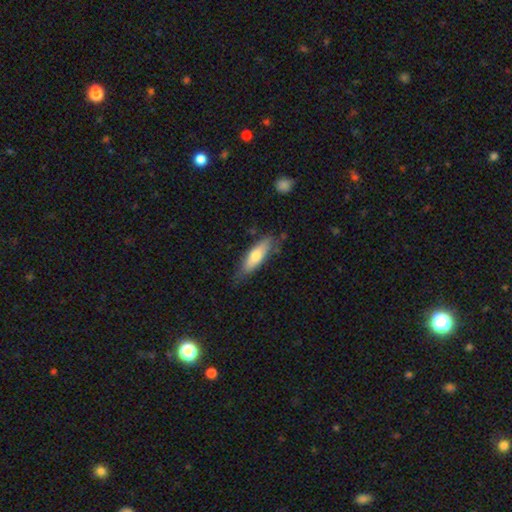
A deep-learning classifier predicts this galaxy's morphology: Smooth or featured: smooth — 66% (featured or disk — 29%)
How rounded: cigar-shaped — 54% (in between — 44%)
Merging: none — 71% (minor disturbance — 22%)